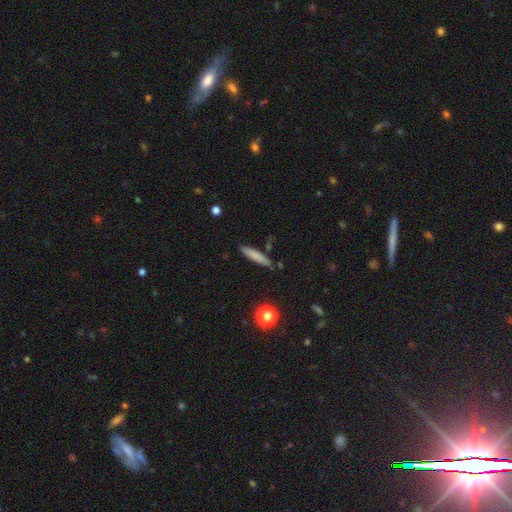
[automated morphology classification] smooth-or-featured: smooth: 76% | featured or disk: 16% | star or artifact: 8%
  how-rounded: cigar-shaped: 89% | in between: 10% | round: 2%
  merging: none: 83% | minor disturbance: 11% | merger: 4% | major disturbance: 2%